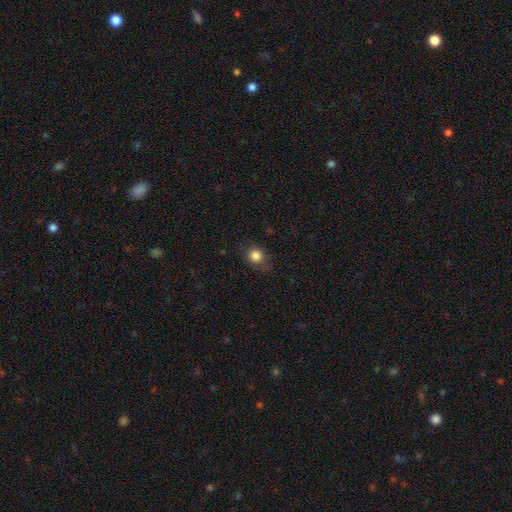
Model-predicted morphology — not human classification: smooth-or-featured: smooth: 82% | star or artifact: 11% | featured or disk: 7%
  how-rounded: round: 78% | in between: 21% | cigar-shaped: 1%
  merging: none: 76% | minor disturbance: 17% | major disturbance: 6% | merger: 1%